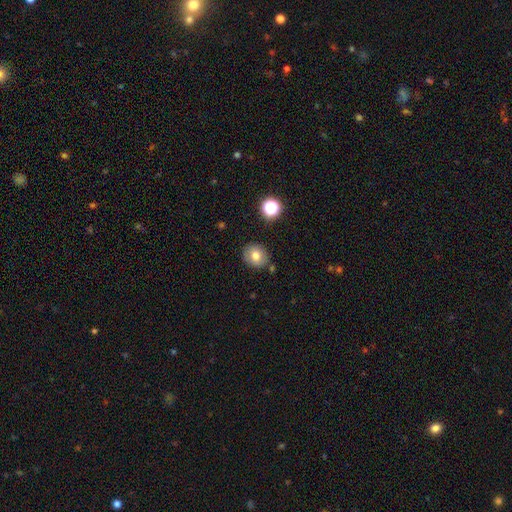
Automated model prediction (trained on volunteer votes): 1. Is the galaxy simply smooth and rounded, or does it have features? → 74% smooth, 14% featured or disk, 12% star or artifact.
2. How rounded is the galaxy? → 75% round, 24% in between, 1% cigar-shaped.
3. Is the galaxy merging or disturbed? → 81% none, 12% minor disturbance, 5% merger, 3% major disturbance.